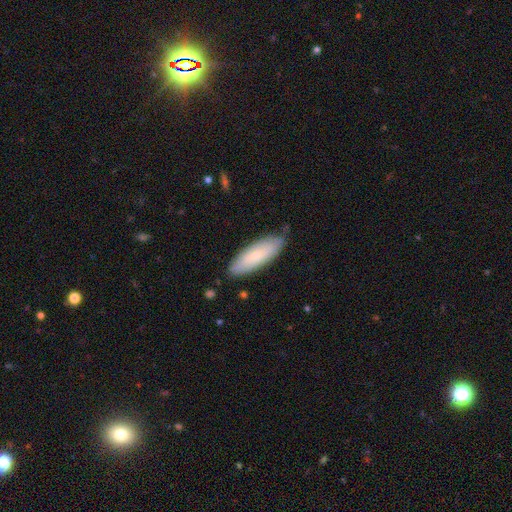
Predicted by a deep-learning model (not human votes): This is likely a smooth galaxy (71%). How rounded: possibly in between (58%). Merging: clearly none (80%).